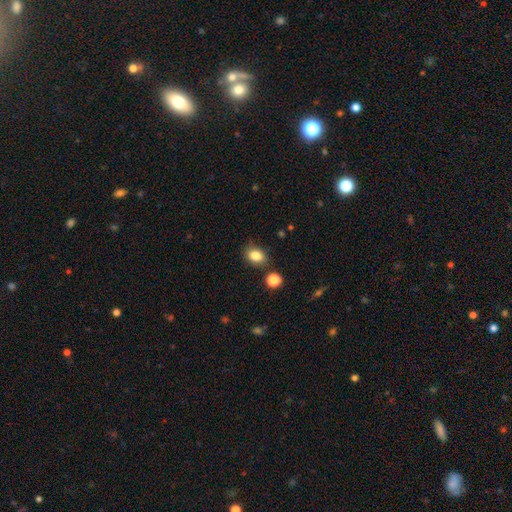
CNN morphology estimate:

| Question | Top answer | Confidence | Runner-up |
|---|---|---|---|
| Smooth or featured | smooth | 84% | star or artifact (10%) |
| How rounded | in between | 71% | round (27%) |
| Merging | none | 77% | minor disturbance (14%) |